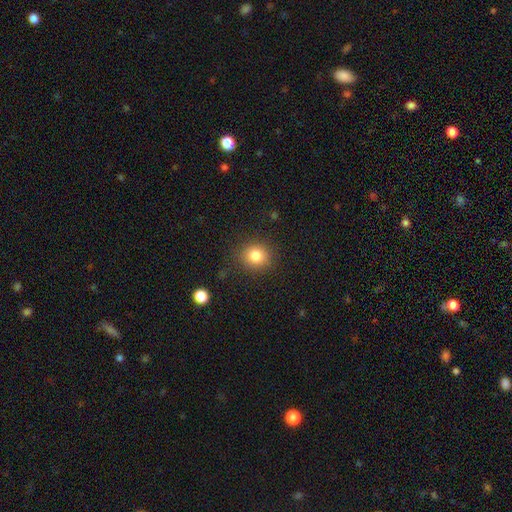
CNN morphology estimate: A smooth galaxy with no disk features (82%) that is round (84%). Merging: none (86%).